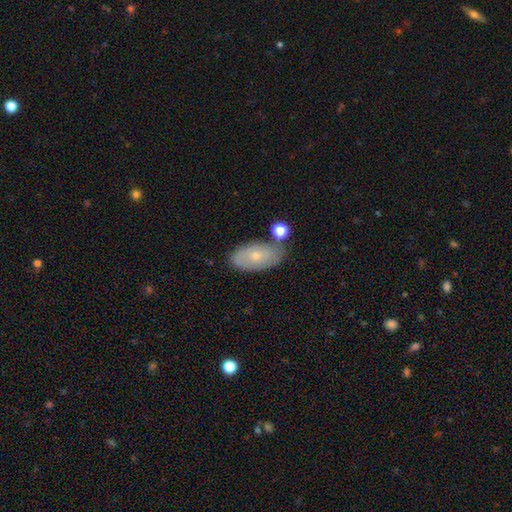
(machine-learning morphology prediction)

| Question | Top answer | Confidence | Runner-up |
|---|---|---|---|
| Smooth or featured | smooth | 58% | featured or disk (34%) |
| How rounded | in between | 91% | round (6%) |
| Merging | none | 67% | minor disturbance (19%) |